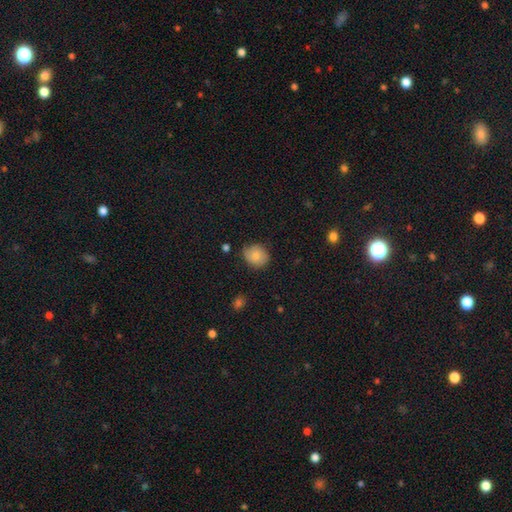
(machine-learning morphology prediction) The model was most divided on "merging": none: 68%, minor disturbance: 26%, major disturbance: 5%, merger: 2%. More confident: smooth or featured — smooth (78%); how rounded — round (74%).